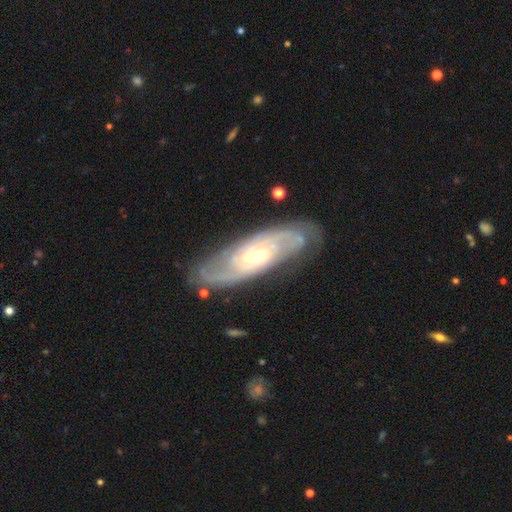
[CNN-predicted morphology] smooth_or_featured: featured or disk (p=0.85) [alt: smooth p=0.09]
disk_edge_on: no (p=0.89) [alt: yes p=0.11]
bar: no (p=0.64) [alt: weak p=0.28]
has_spiral_arms: yes (p=0.95) [alt: no p=0.05]
spiral_winding: tight (p=0.51) [alt: medium p=0.38]
spiral_arm_count: 2 (p=0.62) [alt: can't tell p=0.20]
bulge_size: small (p=0.65) [alt: moderate p=0.31]
merging: none (p=0.79) [alt: minor disturbance p=0.14]